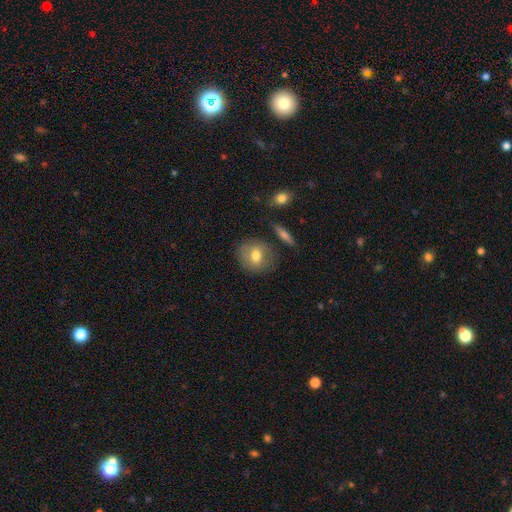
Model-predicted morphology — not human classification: Smooth or featured: smooth — 69% (featured or disk — 23%)
How rounded: round — 75% (in between — 23%)
Merging: none — 78% (minor disturbance — 14%)